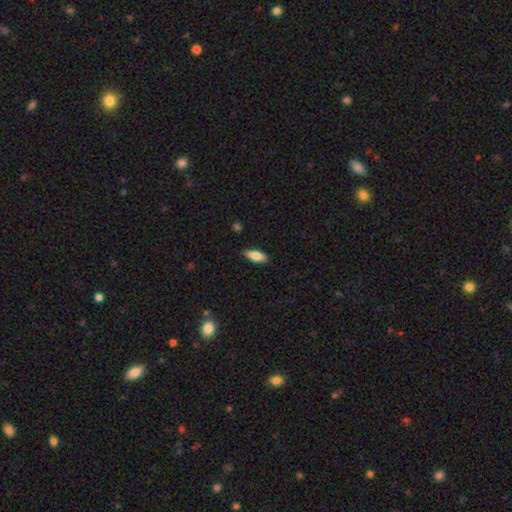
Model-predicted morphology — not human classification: type=smooth (76%); roundness=in between (65%); merging=none (88%).